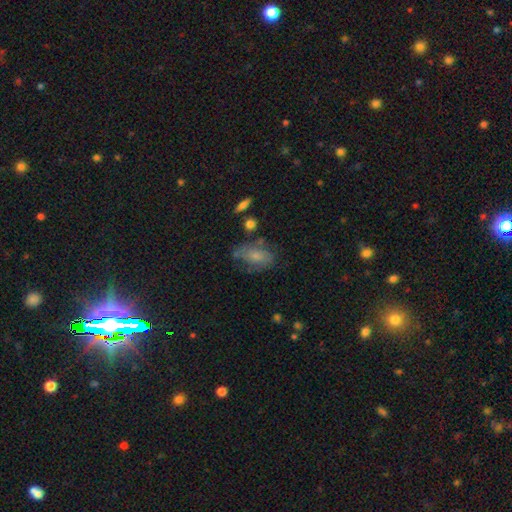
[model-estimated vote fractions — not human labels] This appears to be a smooth galaxy with no disk features (59%) that is in between round and cigar-shaped (86%). Merging: none (54%).